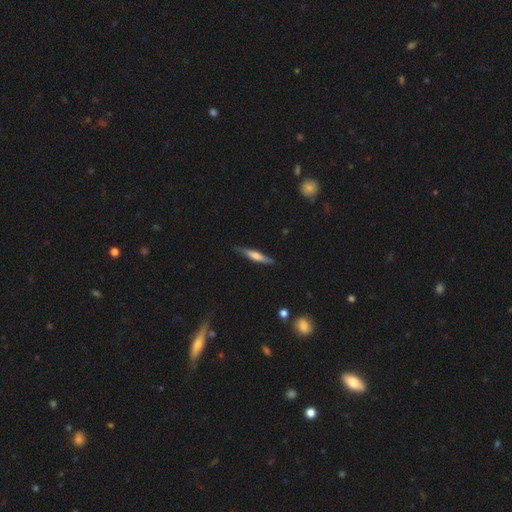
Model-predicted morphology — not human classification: Smooth or featured? Predicted: featured or disk (p=0.49). Merging? Predicted: none (p=0.84).